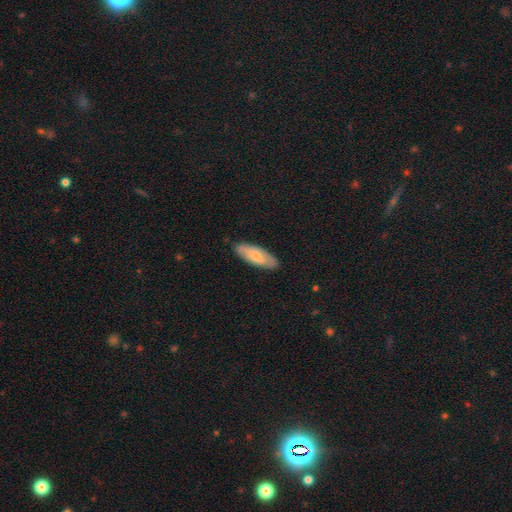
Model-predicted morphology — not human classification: smooth 68%, featured or disk 26%, star or artifact 5%. Down the decision tree: how rounded — in between (61%); merging — none (86%).